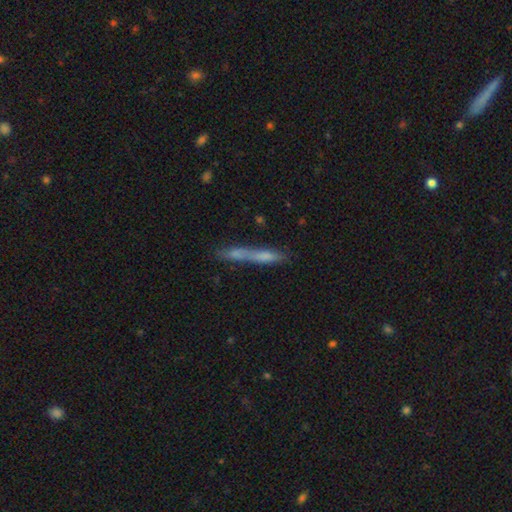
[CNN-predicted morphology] smooth_or_featured: smooth (p=0.53) [alt: featured or disk p=0.35]
how_rounded: cigar-shaped (p=0.92) [alt: in between p=0.06]
merging: none (p=0.59) [alt: merger p=0.18]